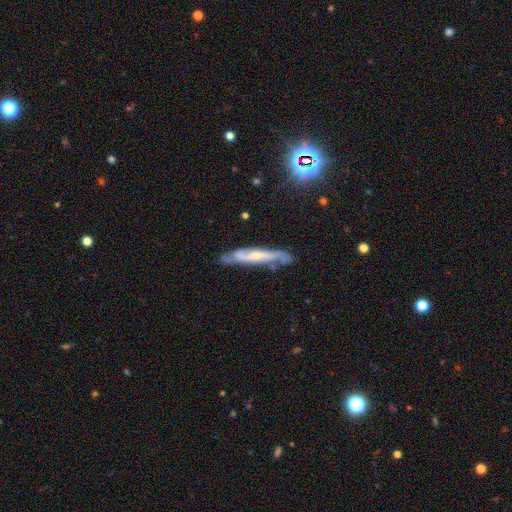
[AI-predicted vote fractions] Smooth or featured?
  - featured or disk: 74% *
  - smooth: 19%
  - star or artifact: 7%
Edge-on disk?
  - yes: 52% *
  - no: 48%
Merging?
  - none: 68% *
  - minor disturbance: 22%
  - major disturbance: 6%
  - merger: 3%